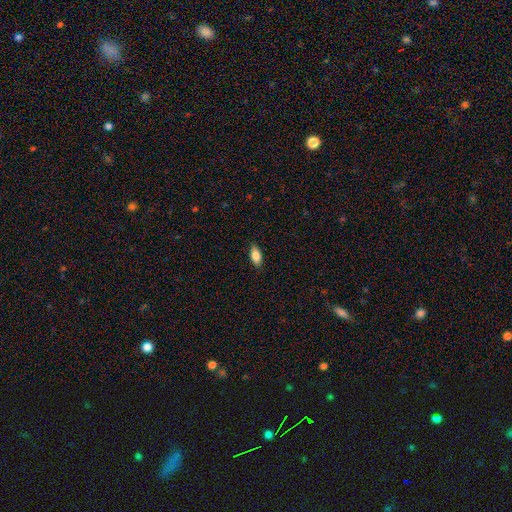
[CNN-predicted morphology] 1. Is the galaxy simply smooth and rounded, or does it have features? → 83% smooth, 9% featured or disk, 7% star or artifact.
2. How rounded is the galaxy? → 86% in between, 11% cigar-shaped, 3% round.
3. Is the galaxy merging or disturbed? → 85% none, 12% minor disturbance, 2% major disturbance, 1% merger.